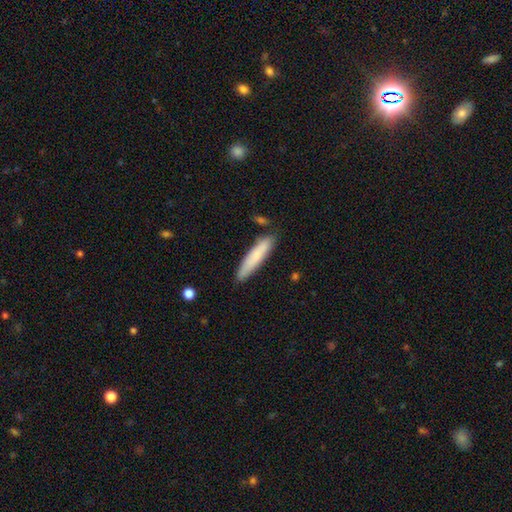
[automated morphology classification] A smooth galaxy with no disk features (80%) that is cigar-shaped (87%).

Vote fractions:
- Smooth or featured? smooth: 80% / featured or disk: 14% / star or artifact: 6%
- How rounded? cigar-shaped: 87% / in between: 12% / round: 1%
- Merging? none: 83% / minor disturbance: 12% / merger: 3% / major disturbance: 2%